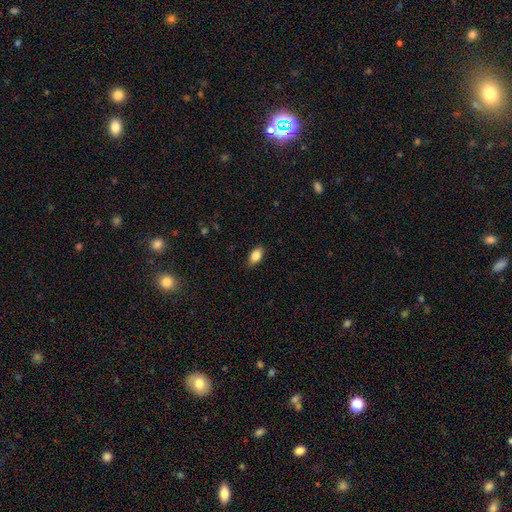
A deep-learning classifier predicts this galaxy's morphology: A smooth galaxy with no disk features (86%) that is in between round and cigar-shaped (91%).

Vote fractions:
- Smooth or featured? smooth: 86% / star or artifact: 8% / featured or disk: 6%
- How rounded? in between: 91% / round: 6% / cigar-shaped: 3%
- Merging? none: 87% / minor disturbance: 10% / major disturbance: 2% / merger: 1%